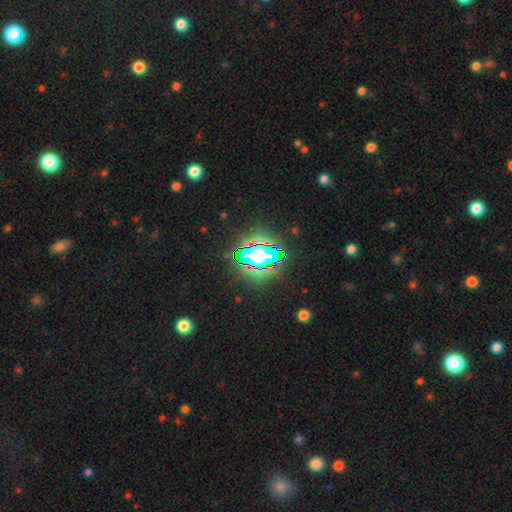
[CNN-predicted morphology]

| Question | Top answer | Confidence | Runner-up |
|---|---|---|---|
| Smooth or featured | star or artifact | 79% | smooth (12%) |